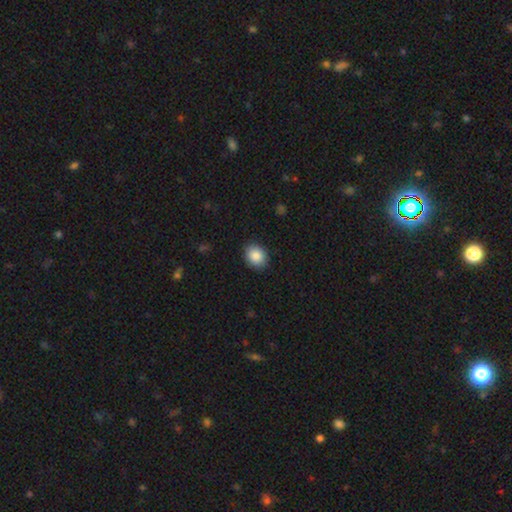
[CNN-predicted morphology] type=smooth (87%); roundness=round (53%); merging=none (89%).